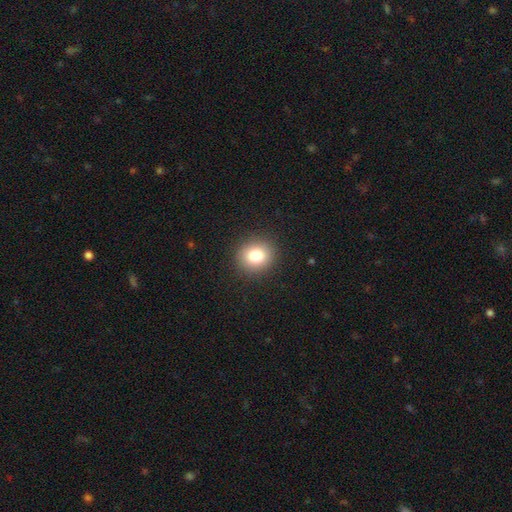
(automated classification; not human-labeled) A smooth galaxy with no disk features (82%) that is round (80%).

Vote fractions:
- Smooth or featured? smooth: 82% / star or artifact: 11% / featured or disk: 7%
- How rounded? round: 80% / in between: 19% / cigar-shaped: 1%
- Merging? none: 90% / minor disturbance: 7% / major disturbance: 2% / merger: 1%